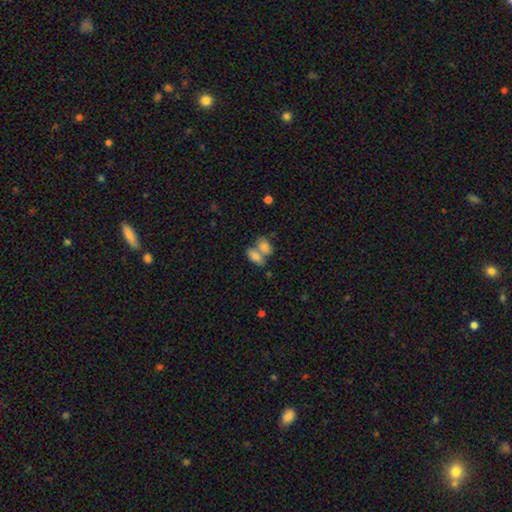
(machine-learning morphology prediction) This is clearly a smooth galaxy (81%). How rounded: clearly in between (88%). Merging: likely merger (61%).